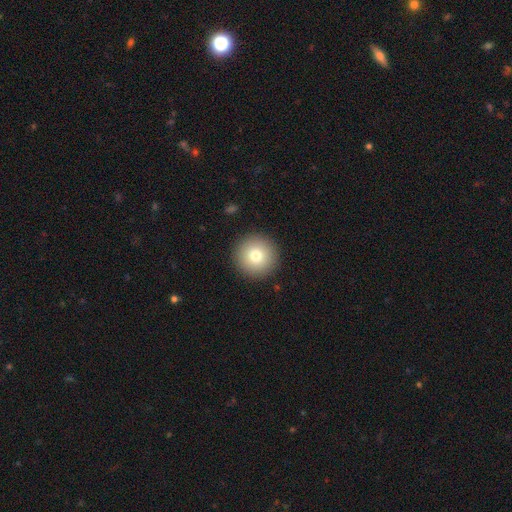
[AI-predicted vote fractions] Smooth or featured? Predicted: smooth (p=0.78). How rounded? Predicted: round (p=0.96). Merging? Predicted: none (p=0.92).